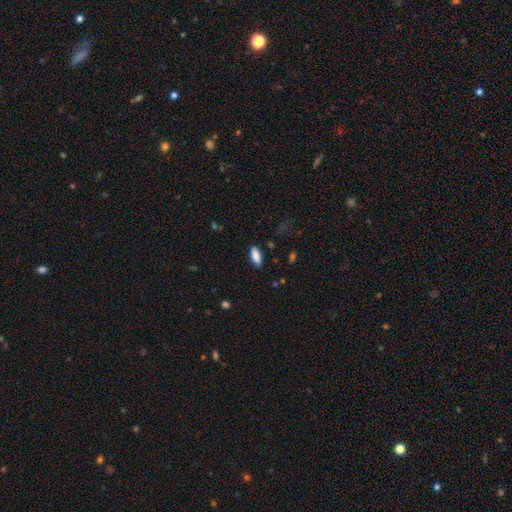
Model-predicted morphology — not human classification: Smooth or featured? smooth (84%)
How rounded? in between (80%)
Merging? none (85%)